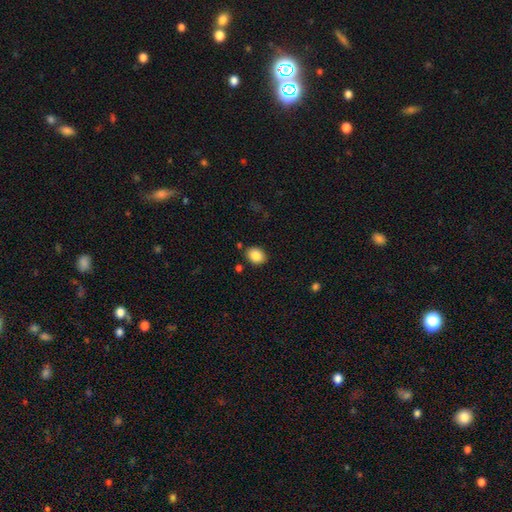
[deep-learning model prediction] A smooth galaxy with no disk features (87%) that is in between round and cigar-shaped (55%).

Vote fractions:
- Smooth or featured? smooth: 87% / star or artifact: 8% / featured or disk: 5%
- How rounded? in between: 55% / round: 44% / cigar-shaped: 1%
- Merging? none: 85% / minor disturbance: 10% / merger: 3% / major disturbance: 3%